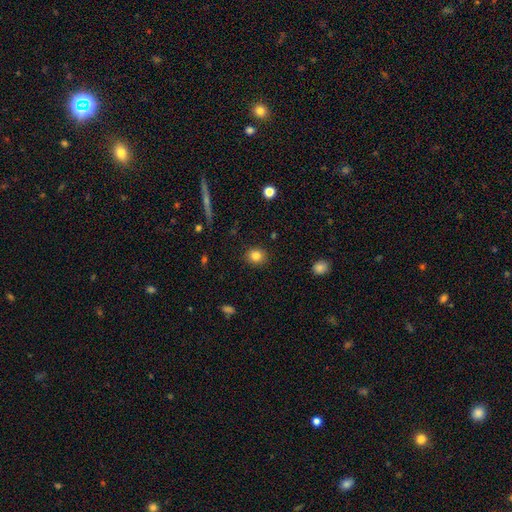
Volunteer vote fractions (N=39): Overall: smooth (79%). How rounded: round (74%). Merging: none (86%).